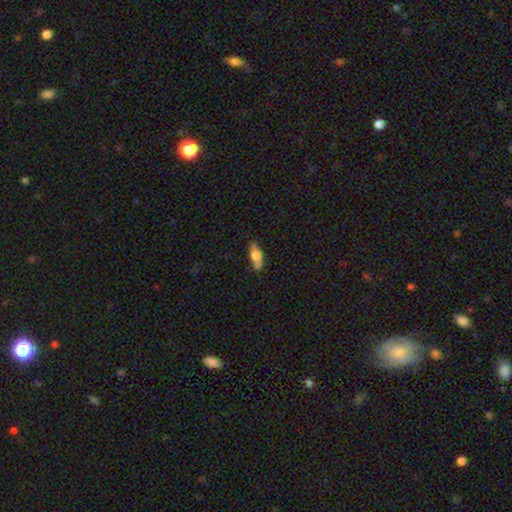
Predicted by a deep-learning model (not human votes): Overall: smooth (66%; featured or disk 28%). How rounded: in between (65%; cigar-shaped 32%). Merging: none (79%).